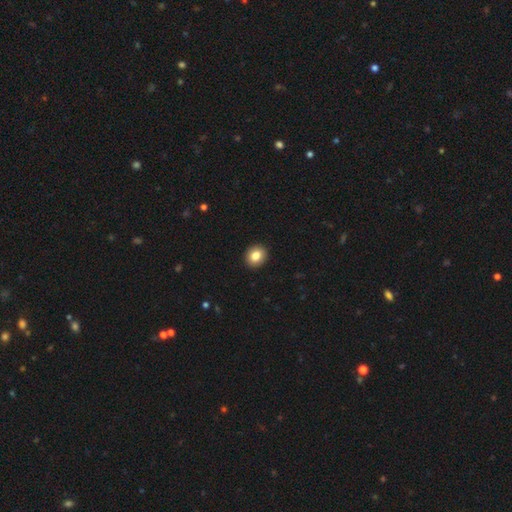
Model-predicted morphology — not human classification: smooth_or_featured: smooth (p=0.84) [alt: star or artifact p=0.09]
how_rounded: round (p=0.68) [alt: in between p=0.31]
merging: none (p=0.92) [alt: minor disturbance p=0.05]